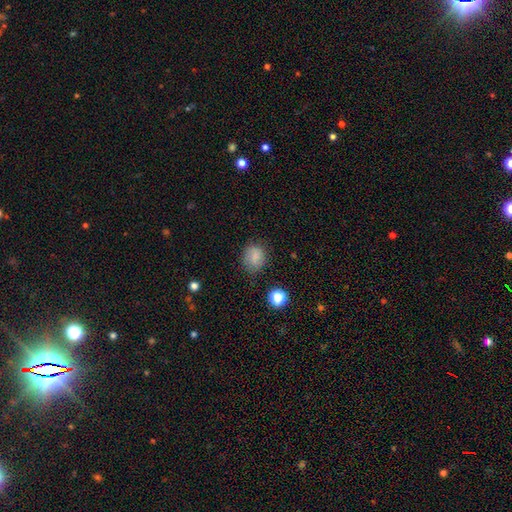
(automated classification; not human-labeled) This appears to be a smooth galaxy with no disk features (77%) that is round (72%). Merging: none (74%).